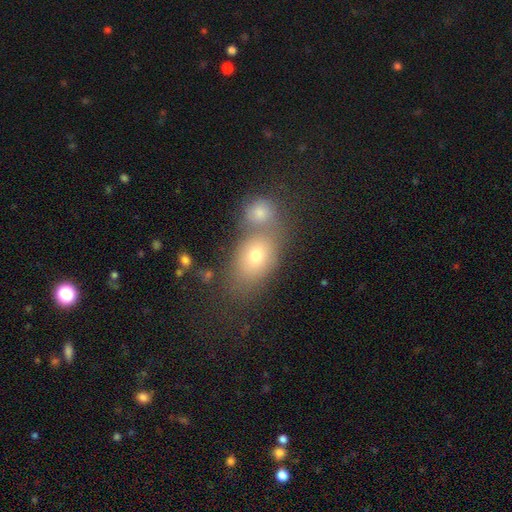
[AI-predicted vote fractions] Smooth or featured: smooth — 72% (featured or disk — 16%)
How rounded: in between — 75% (round — 23%)
Merging: merger — 47% (none — 38%)